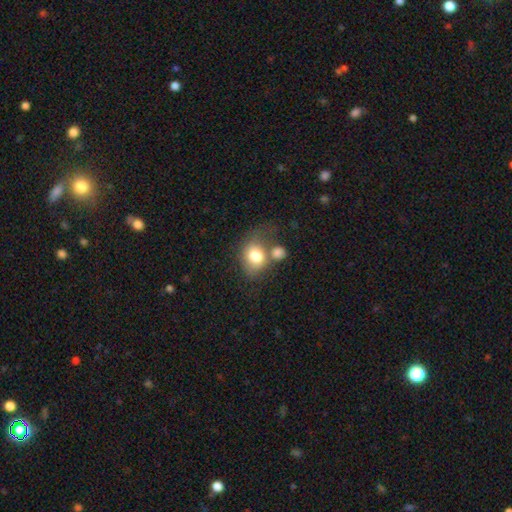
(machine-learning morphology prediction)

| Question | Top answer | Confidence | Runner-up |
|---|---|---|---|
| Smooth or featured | smooth | 77% | featured or disk (15%) |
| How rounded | in between | 51% | round (48%) |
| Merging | merger | 35% | tied: none (35%) |